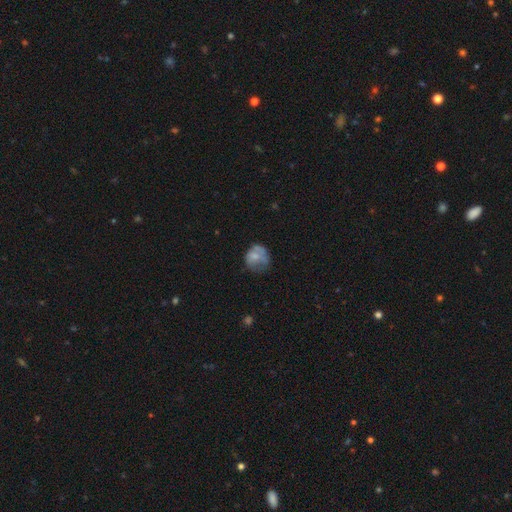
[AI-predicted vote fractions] smooth-or-featured: smooth: 61% | featured or disk: 30% | star or artifact: 10%
  how-rounded: round: 70% | in between: 29% | cigar-shaped: 1%
  merging: none: 44% | minor disturbance: 29% | major disturbance: 23% | merger: 4%